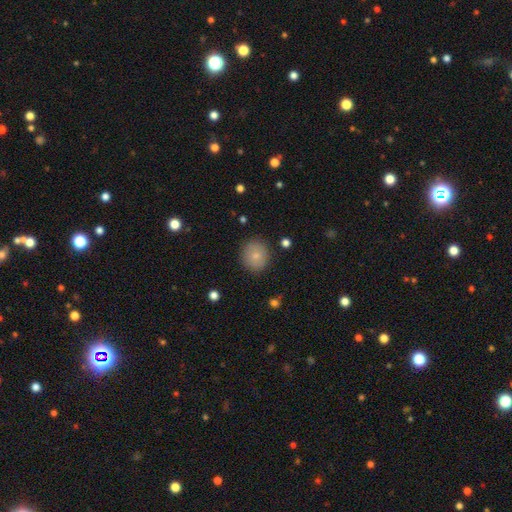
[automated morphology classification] Overall: smooth (81%). How rounded: round (85%). Merging: none (86%).